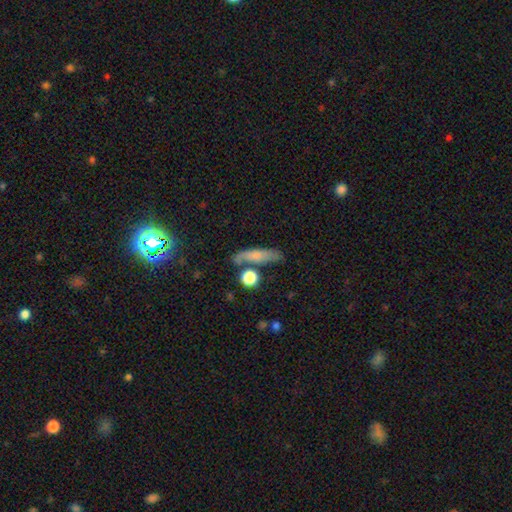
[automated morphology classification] A smooth galaxy with no disk features (62%) that is cigar-shaped (66%).

Vote fractions:
- Smooth or featured? smooth: 62% / featured or disk: 28% / star or artifact: 10%
- How rounded? cigar-shaped: 66% / in between: 26% / round: 8%
- Merging? none: 65% / minor disturbance: 18% / merger: 10% / major disturbance: 7%